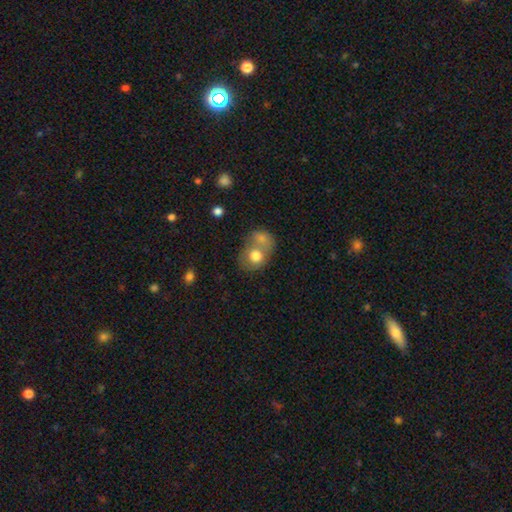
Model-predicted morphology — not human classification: smooth_or_featured: smooth (p=0.73) [alt: featured or disk p=0.19]
how_rounded: round (p=0.57) [alt: in between p=0.42]
merging: merger (p=0.54) [alt: none p=0.29]